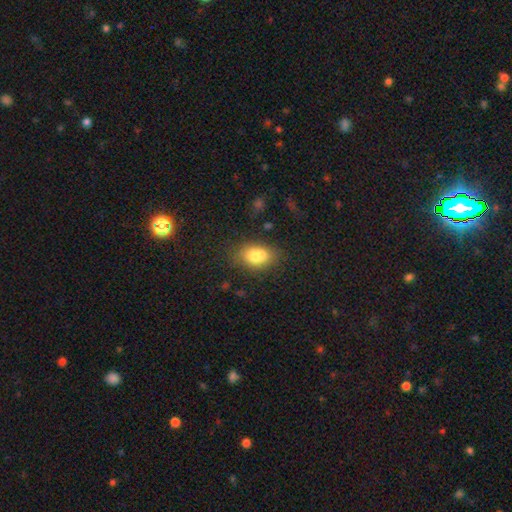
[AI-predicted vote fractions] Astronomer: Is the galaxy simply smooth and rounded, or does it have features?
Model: smooth — 72%.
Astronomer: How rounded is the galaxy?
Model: in between — 71%.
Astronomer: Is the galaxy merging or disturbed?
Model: none — 44% (runner-up: merger, 37%).